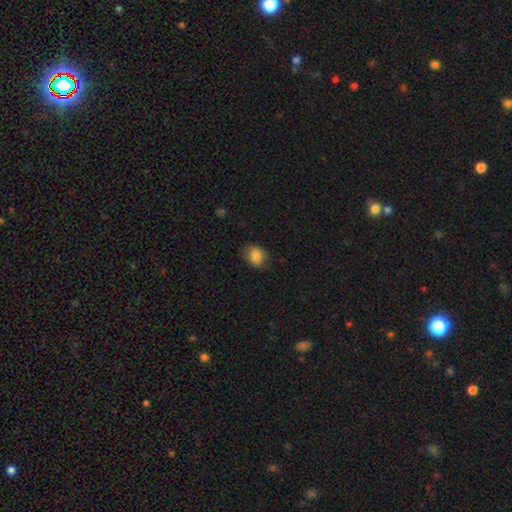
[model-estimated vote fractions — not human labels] This appears to be a smooth galaxy with no disk features (85%) that is round (50%). Merging: none (79%).